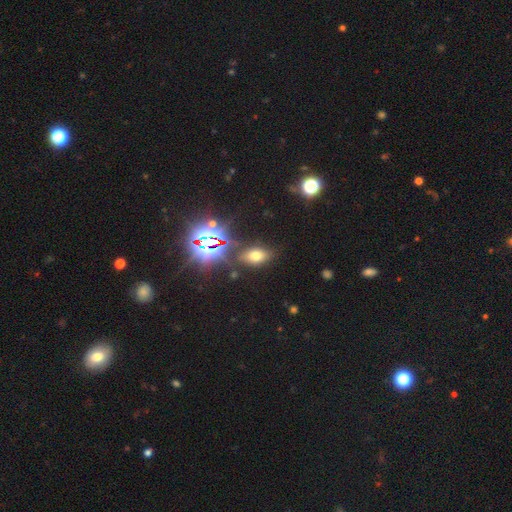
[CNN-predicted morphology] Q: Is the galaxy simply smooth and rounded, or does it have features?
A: smooth — 53%.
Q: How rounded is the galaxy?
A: in between — 84%.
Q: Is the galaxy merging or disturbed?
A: none — 81%.